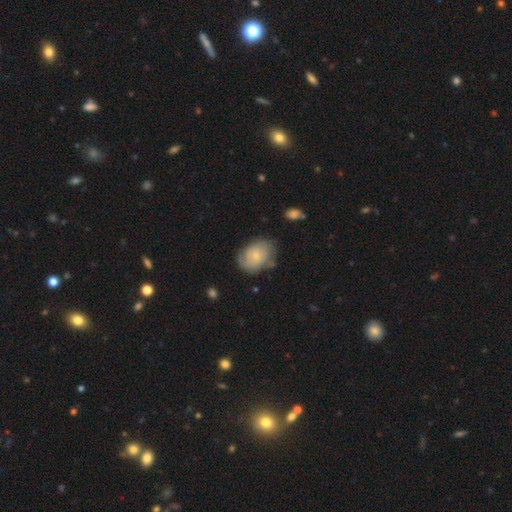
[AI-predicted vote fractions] A smooth galaxy with no disk features (60%) that is in between round and cigar-shaped (71%).

Vote fractions:
- Smooth or featured? smooth: 60% / featured or disk: 34% / star or artifact: 7%
- How rounded? in between: 71% / round: 28% / cigar-shaped: 1%
- Merging? none: 62% / minor disturbance: 26% / major disturbance: 9% / merger: 3%